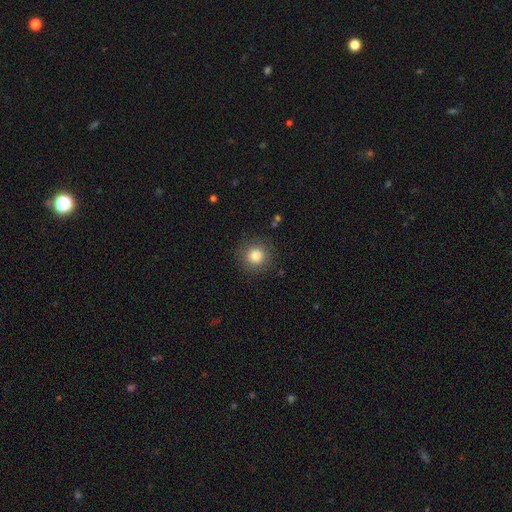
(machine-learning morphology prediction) A smooth galaxy with no disk features (82%) that is round (94%).

Vote fractions:
- Smooth or featured? smooth: 82% / star or artifact: 11% / featured or disk: 7%
- How rounded? round: 94% / in between: 5% / cigar-shaped: 1%
- Merging? none: 88% / minor disturbance: 7% / major disturbance: 3% / merger: 1%